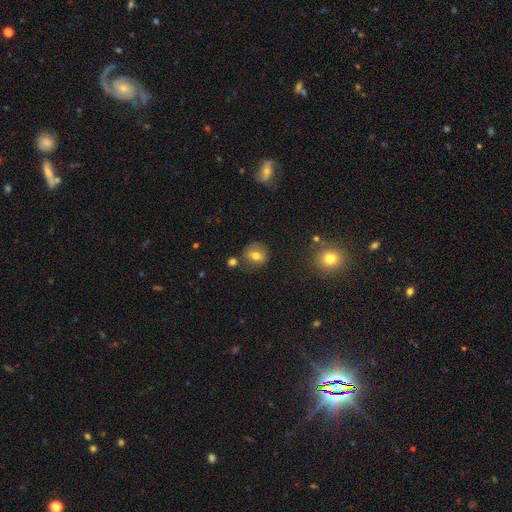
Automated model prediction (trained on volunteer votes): Morphology: type=smooth (70%); roundness=round (71%); merging=none (74%).